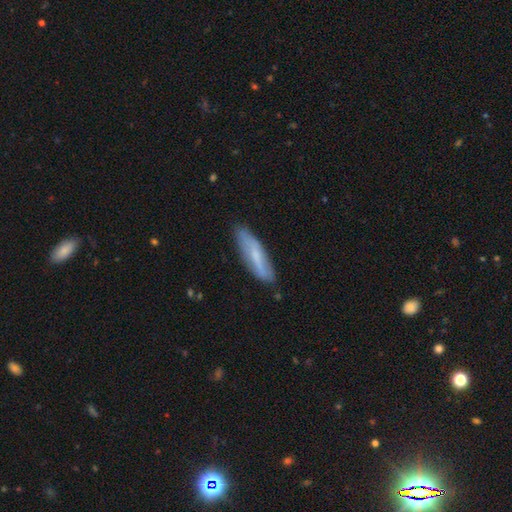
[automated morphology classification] A smooth galaxy with no disk features (56%) that is cigar-shaped (66%).

Vote fractions:
- Smooth or featured? smooth: 56% / featured or disk: 38% / star or artifact: 7%
- How rounded? cigar-shaped: 66% / in between: 32% / round: 2%
- Merging? none: 78% / minor disturbance: 17% / major disturbance: 4% / merger: 2%